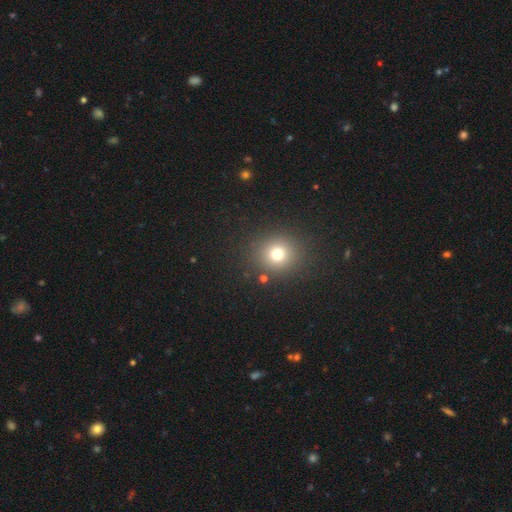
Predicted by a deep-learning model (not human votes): A smooth galaxy with no disk features (66%) that is round (85%).

Vote fractions:
- Smooth or featured? smooth: 66% / star or artifact: 28% / featured or disk: 5%
- How rounded? round: 85% / in between: 14% / cigar-shaped: 1%
- Merging? none: 92% / minor disturbance: 5% / major disturbance: 2% / merger: 1%